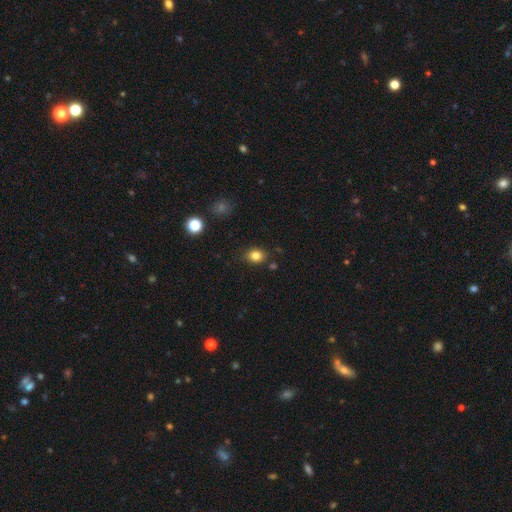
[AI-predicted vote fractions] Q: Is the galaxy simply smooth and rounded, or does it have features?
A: smooth — 83%.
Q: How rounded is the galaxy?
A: in between — 51%.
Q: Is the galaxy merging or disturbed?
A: none — 81%.